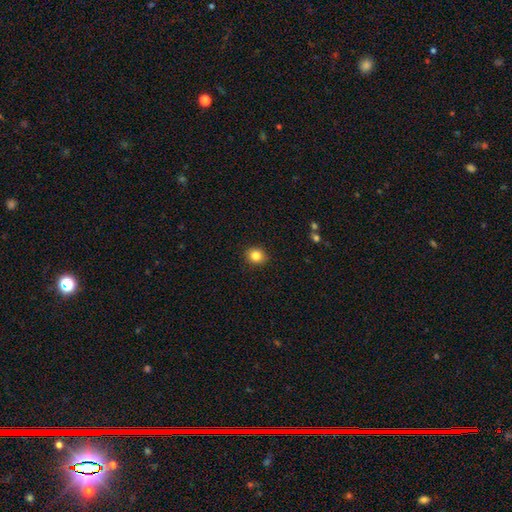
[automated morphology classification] Smooth or featured?
  - smooth: 83% *
  - star or artifact: 11%
  - featured or disk: 6%
How rounded?
  - round: 79% *
  - in between: 20%
  - cigar-shaped: 1%
Merging?
  - none: 91% *
  - minor disturbance: 6%
  - major disturbance: 2%
  - merger: 1%